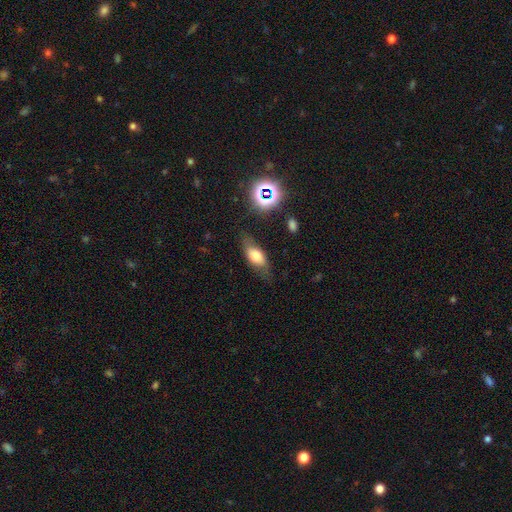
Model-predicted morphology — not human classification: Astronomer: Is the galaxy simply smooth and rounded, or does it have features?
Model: smooth — 64%.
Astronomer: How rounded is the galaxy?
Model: in between — 76%.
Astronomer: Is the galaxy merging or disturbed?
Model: none — 69%.